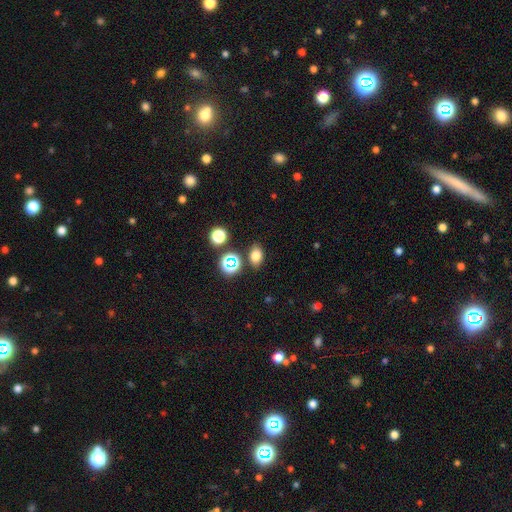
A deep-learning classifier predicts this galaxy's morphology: This appears to be a smooth galaxy with no disk features (74%) that is in between round and cigar-shaped (75%). Merging: none (81%).